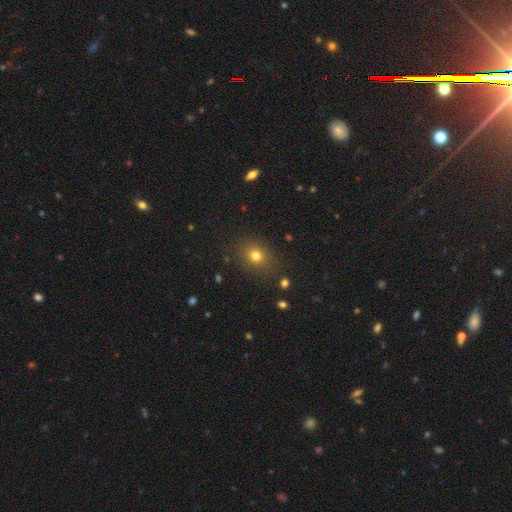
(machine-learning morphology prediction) Overall: smooth (76%). How rounded: round (62%; in between 37%). Merging: none (84%).